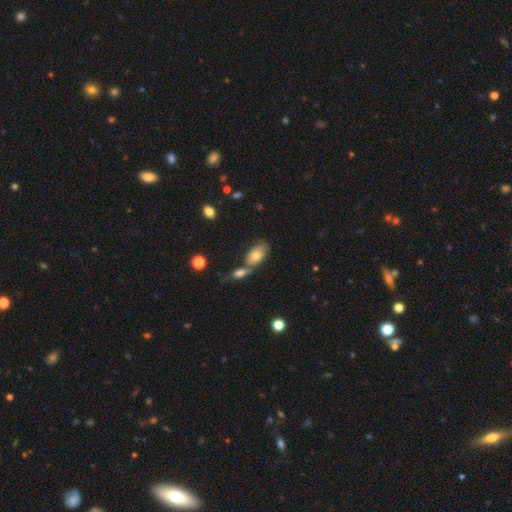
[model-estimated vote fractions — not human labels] smooth_or_featured: smooth (p=0.73) [alt: featured or disk p=0.18]
how_rounded: in between (p=0.91) [alt: round p=0.05]
merging: none (p=0.46) [alt: merger p=0.38]